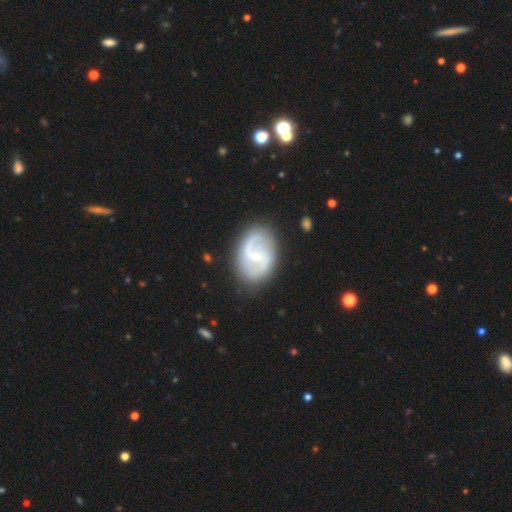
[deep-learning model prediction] A featured or disk galaxy (83%) with a weak bar (53%), 2 (89%) medium (49%) spiral arms (92%) and a small central bulge (64%).

Vote fractions:
- Smooth or featured? featured or disk: 83% / smooth: 12% / star or artifact: 5%
- Edge-on disk? no: 97% / yes: 3%
- Bar? weak: 53% / no: 29% / strong: 18%
- Spiral arms? yes: 92% / no: 8%
- Spiral winding? medium: 49% / loose: 32% / tight: 20%
- Spiral arm count? 2: 89% / can't tell: 5% / 1: 2% / 3: 2% / 4: 1% / more than 4: 1%
- Bulge size? small: 64% / moderate: 31% / none: 3% / large: 2% / dominant: 1%
- Merging? none: 83% / minor disturbance: 12% / major disturbance: 4% / merger: 1%